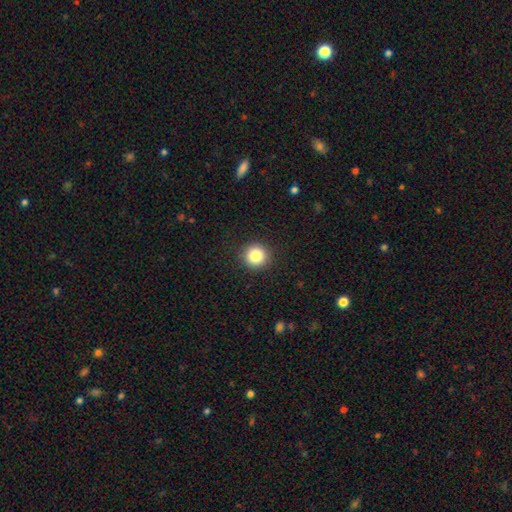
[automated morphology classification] smooth_or_featured: smooth (p=0.84) [alt: star or artifact p=0.10]
how_rounded: round (p=0.94) [alt: in between p=0.05]
merging: none (p=0.91) [alt: minor disturbance p=0.06]